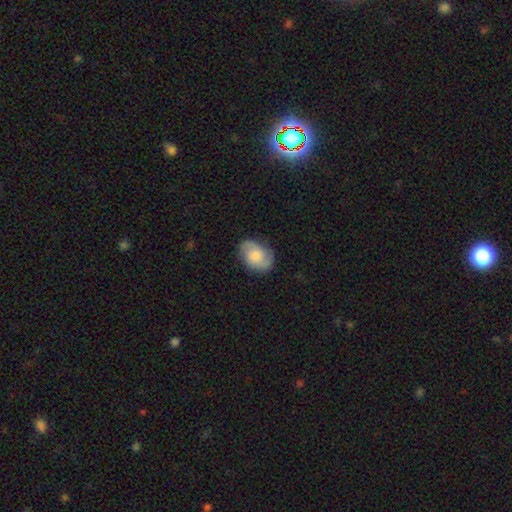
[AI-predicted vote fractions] Smooth or featured: featured or disk — 60% (smooth — 33%)
Edge-on disk: no — 97% (yes — 3%)
Bar: no — 64% (weak — 32%)
Spiral arms: yes — 92% (no — 8%)
Spiral winding: medium — 49% (tight — 27%)
Spiral arm count: 2 — 86% (can't tell — 7%)
Bulge size: moderate — 39% (small — 31%)
Merging: none — 78% (minor disturbance — 16%)